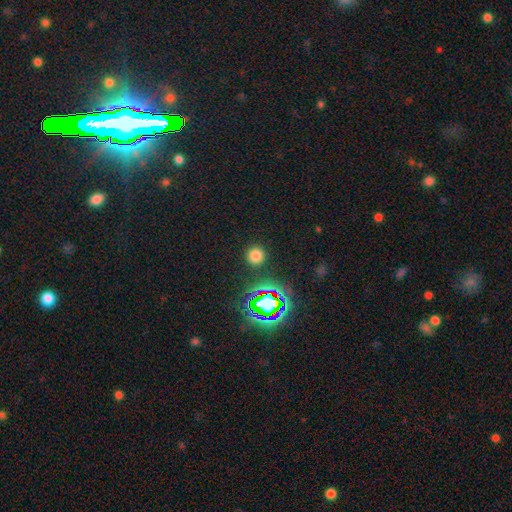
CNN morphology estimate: type=smooth (73%); roundness=round (94%); merging=none (90%).